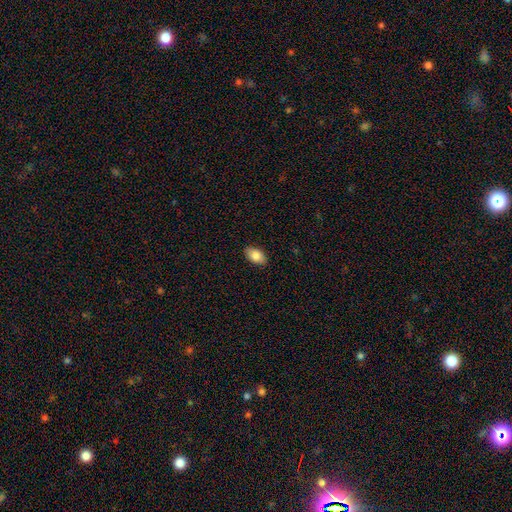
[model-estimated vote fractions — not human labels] Q: Smooth or featured?
A: smooth (85%); runner-up: featured or disk (8%)
Q: How rounded?
A: in between (92%); runner-up: round (6%)
Q: Merging?
A: none (89%); runner-up: minor disturbance (9%)